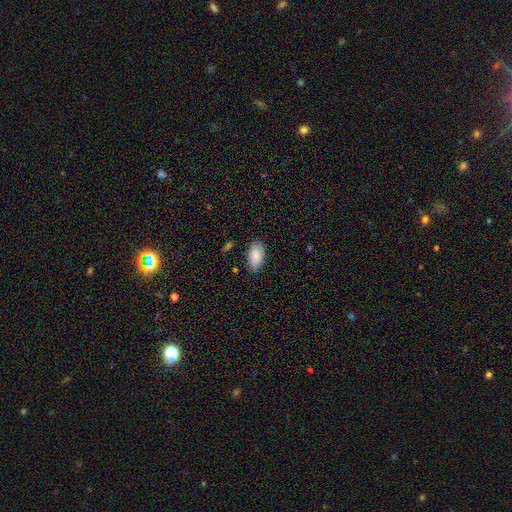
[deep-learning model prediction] This appears to be a smooth galaxy with no disk features (88%) that is in between round and cigar-shaped (94%). Merging: none (83%).